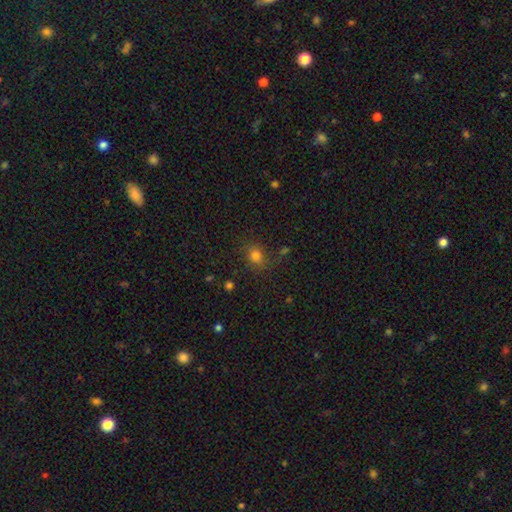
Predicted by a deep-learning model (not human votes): Smooth or featured?
  - smooth: 78% *
  - star or artifact: 16%
  - featured or disk: 6%
How rounded?
  - round: 63% *
  - in between: 36%
  - cigar-shaped: 1%
Merging?
  - none: 79% *
  - minor disturbance: 13%
  - major disturbance: 5%
  - merger: 3%